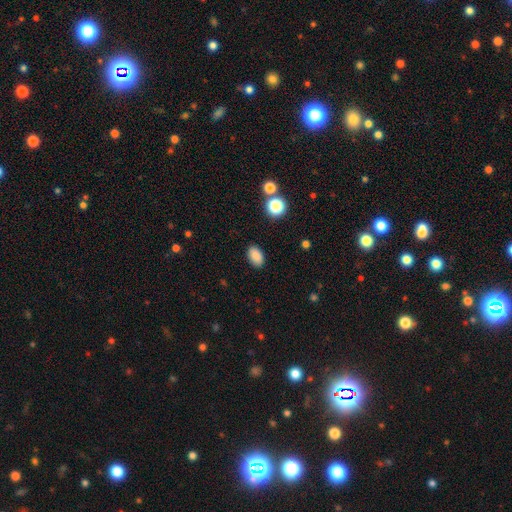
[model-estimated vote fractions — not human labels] The model was most divided on "smooth or featured": smooth: 87%, star or artifact: 10%, featured or disk: 3%. More confident: how rounded — in between (90%); merging — none (88%).